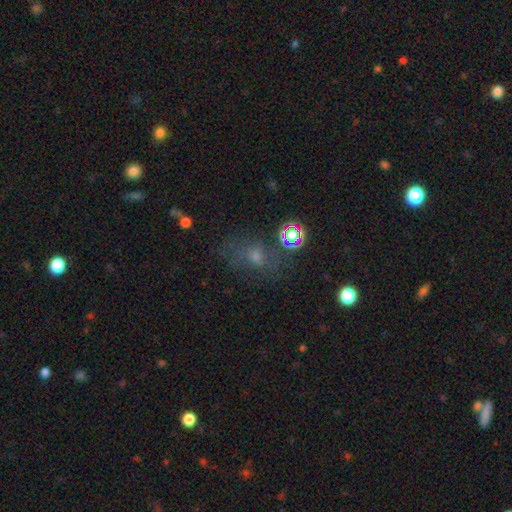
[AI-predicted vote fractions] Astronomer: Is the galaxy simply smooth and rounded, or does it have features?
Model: smooth — 46% (runner-up: star or artifact, 34%).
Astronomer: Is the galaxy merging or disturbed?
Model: none — 59%.